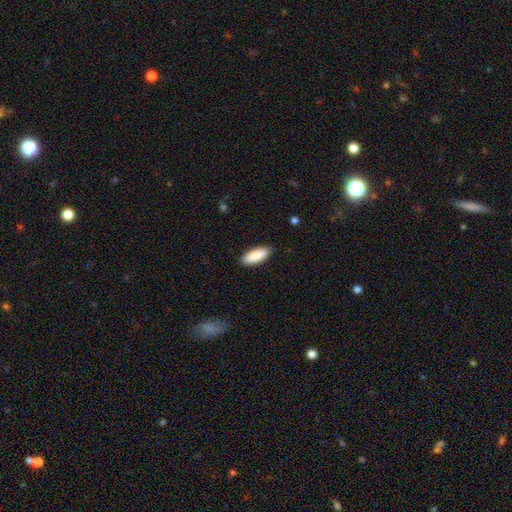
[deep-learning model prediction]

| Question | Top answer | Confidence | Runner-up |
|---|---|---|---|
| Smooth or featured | smooth | 90% | star or artifact (6%) |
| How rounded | in between | 77% | cigar-shaped (21%) |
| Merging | none | 88% | minor disturbance (9%) |